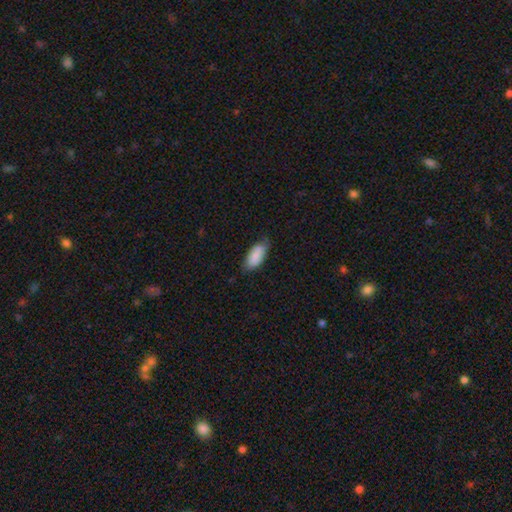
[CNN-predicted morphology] This is clearly a smooth galaxy (86%). How rounded: clearly in between (87%). Merging: likely none (69%).